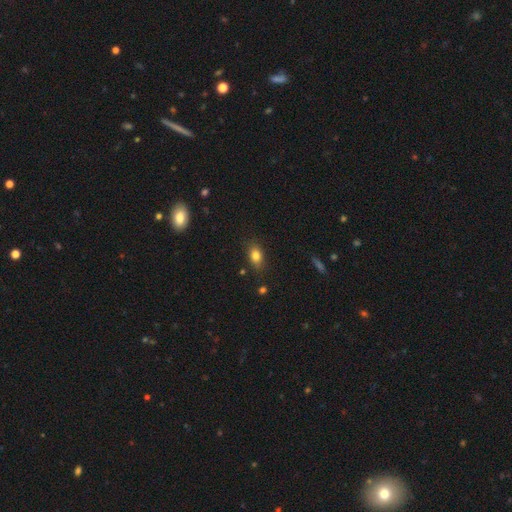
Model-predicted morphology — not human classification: This appears to be a smooth galaxy with no disk features (81%) that is in between round and cigar-shaped (79%). Merging: none (82%).